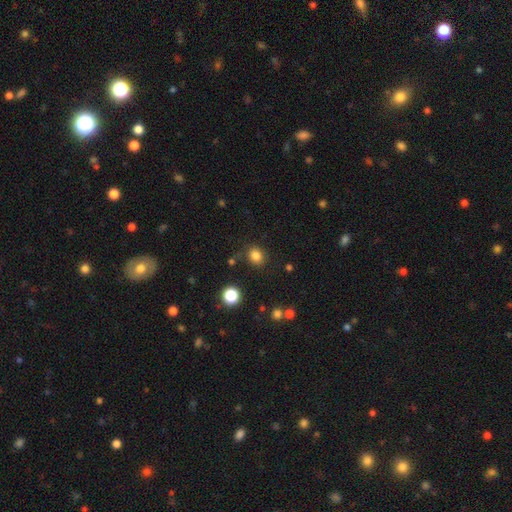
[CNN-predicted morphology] Smooth or featured? Predicted: smooth (p=0.82). How rounded? Predicted: round (p=0.69). Merging? Predicted: none (p=0.81).